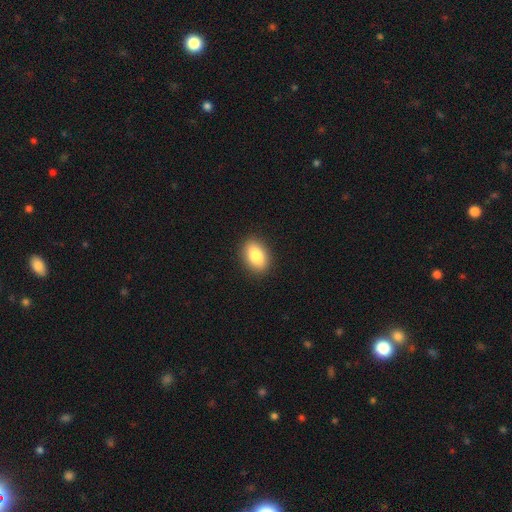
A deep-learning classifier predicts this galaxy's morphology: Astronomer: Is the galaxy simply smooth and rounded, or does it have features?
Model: smooth — 85%.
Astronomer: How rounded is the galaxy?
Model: in between — 86%.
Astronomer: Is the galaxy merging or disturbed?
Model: none — 90%.